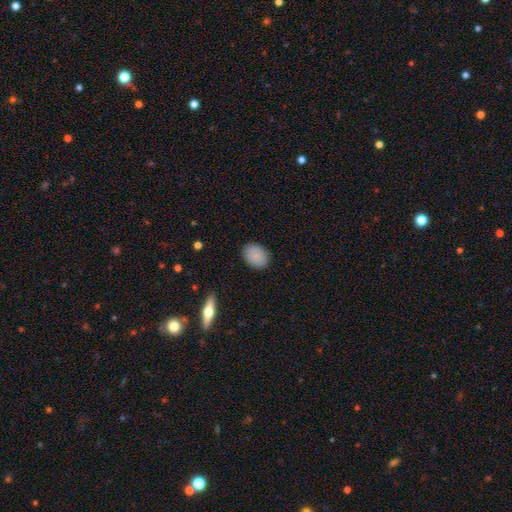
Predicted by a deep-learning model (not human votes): Smooth or featured? smooth (86%)
How rounded? in between (72%)
Merging? none (89%)